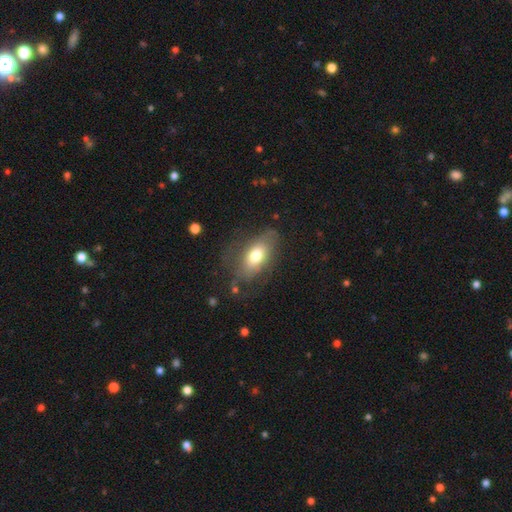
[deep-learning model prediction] smooth 63%, featured or disk 29%, star or artifact 8%. Down the decision tree: how rounded — in between (88%); merging — none (62%).